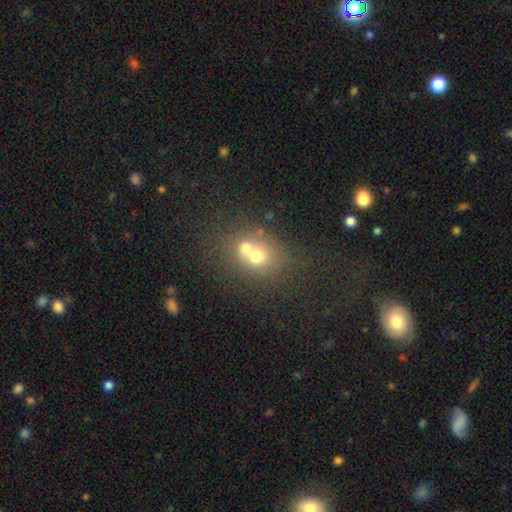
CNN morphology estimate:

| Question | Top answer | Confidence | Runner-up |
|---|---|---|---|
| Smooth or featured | smooth | 62% | featured or disk (24%) |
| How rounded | round | 68% | in between (31%) |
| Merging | merger | 62% | none (28%) |